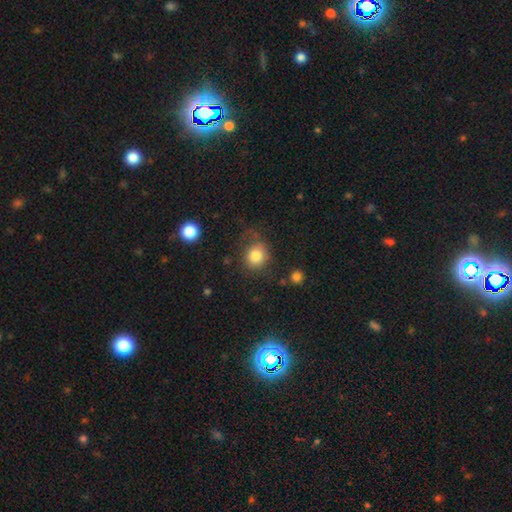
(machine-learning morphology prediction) smooth-or-featured: smooth: 82% | star or artifact: 10% | featured or disk: 8%
  how-rounded: round: 78% | in between: 21% | cigar-shaped: 1%
  merging: none: 67% | minor disturbance: 20% | major disturbance: 10% | merger: 3%